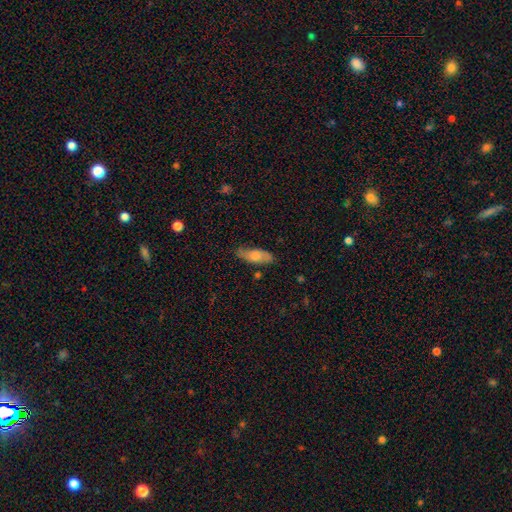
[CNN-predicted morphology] The model was most divided on "smooth or featured": smooth: 62%, featured or disk: 32%, star or artifact: 6%. More confident: how rounded — in between (71%); merging — none (71%).